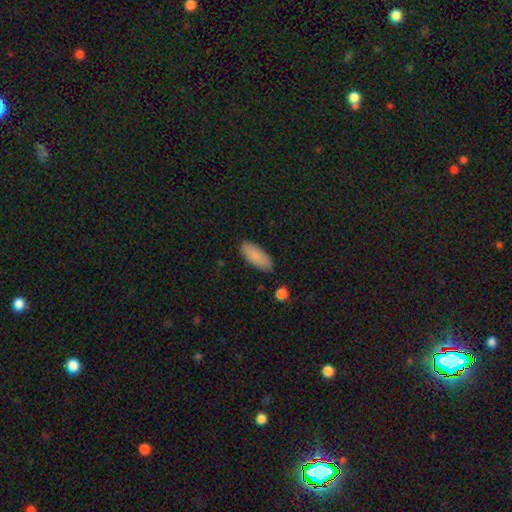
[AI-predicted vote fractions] smooth_or_featured: smooth (p=0.86) [alt: featured or disk p=0.07]
how_rounded: in between (p=0.78) [alt: cigar-shaped p=0.20]
merging: none (p=0.85) [alt: minor disturbance p=0.11]